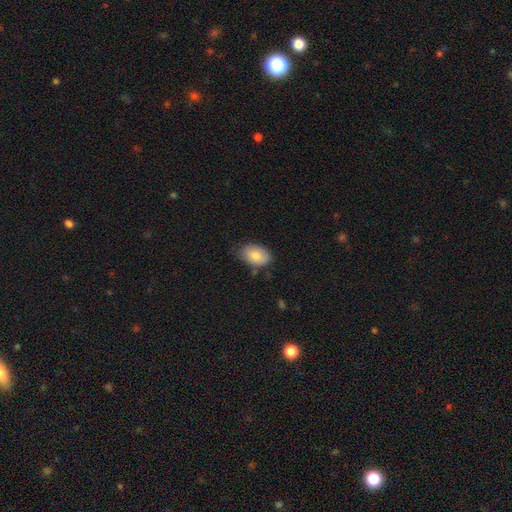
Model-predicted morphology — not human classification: Smooth or featured: smooth — 81% (featured or disk — 12%)
How rounded: in between — 88% (round — 11%)
Merging: none — 71% (minor disturbance — 23%)